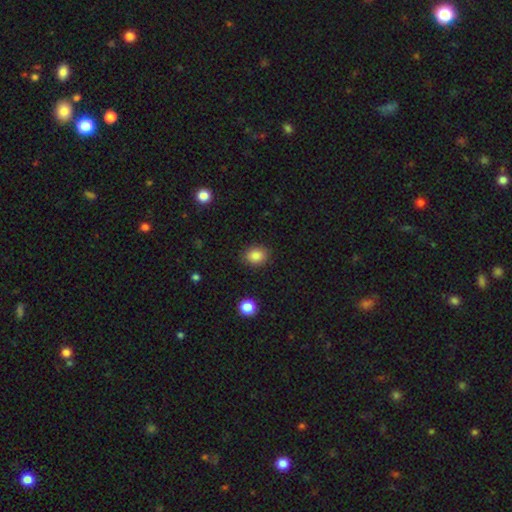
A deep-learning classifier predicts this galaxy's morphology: Smooth or featured?
  - smooth: 86% *
  - star or artifact: 10%
  - featured or disk: 4%
How rounded?
  - in between: 51% *
  - round: 48%
  - cigar-shaped: 1%
Merging?
  - none: 87% *
  - minor disturbance: 9%
  - major disturbance: 3%
  - merger: 1%